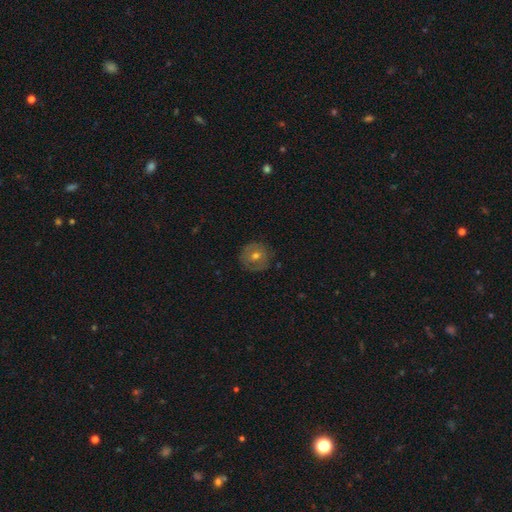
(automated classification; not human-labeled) Smooth or featured: smooth — 50% (featured or disk — 41%)
Merging: none — 85% (minor disturbance — 11%)